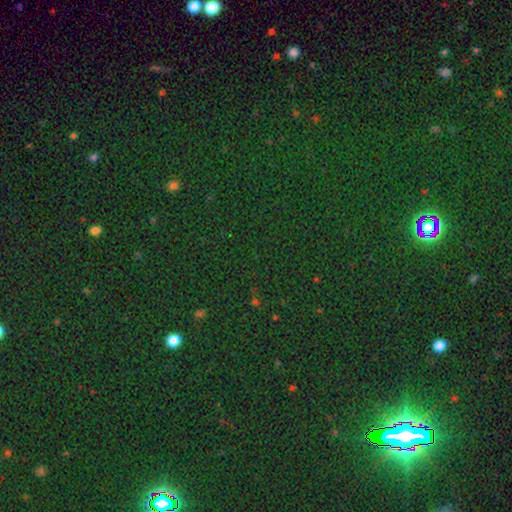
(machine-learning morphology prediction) The model was most divided on "smooth or featured": star or artifact: 76%, smooth: 16%, featured or disk: 9%.